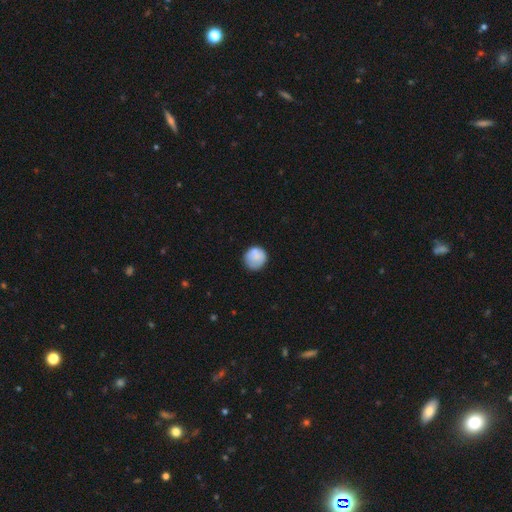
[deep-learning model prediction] smooth_or_featured: smooth (p=0.80) [alt: featured or disk p=0.13]
how_rounded: round (p=0.89) [alt: in between p=0.10]
merging: none (p=0.72) [alt: minor disturbance p=0.20]